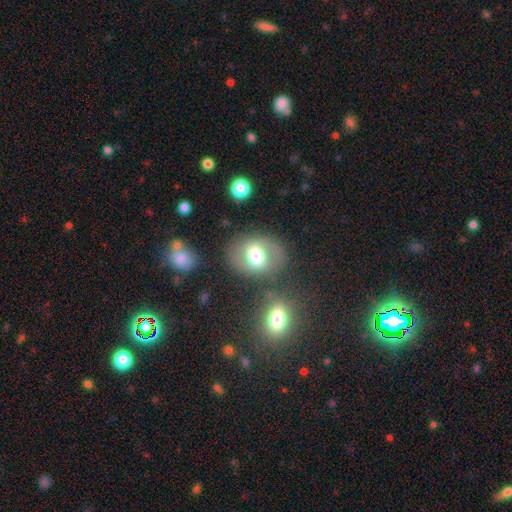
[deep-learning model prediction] smooth 53%, featured or disk 38%, star or artifact 9%. Down the decision tree: how rounded — in between (55%); merging — none (71%).